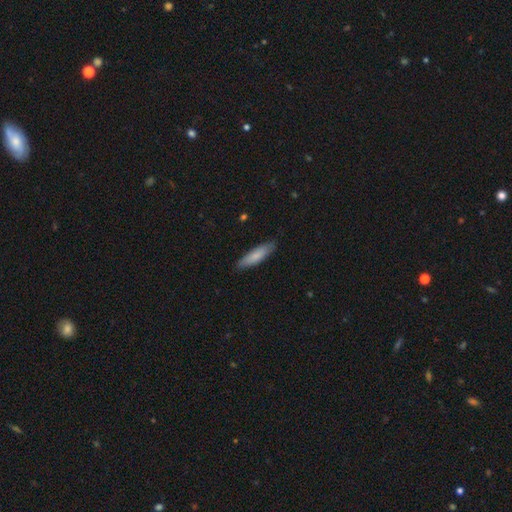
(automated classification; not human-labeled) Smooth or featured? smooth (80%)
How rounded? cigar-shaped (70%)
Merging? none (86%)